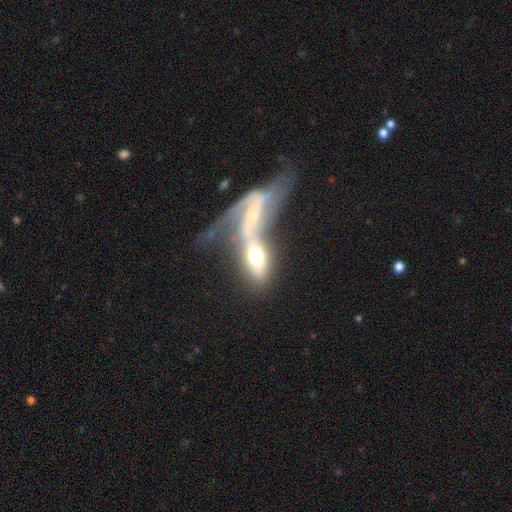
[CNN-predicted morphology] Overall: featured or disk (48%; smooth 44%). Merging: merger (71%).